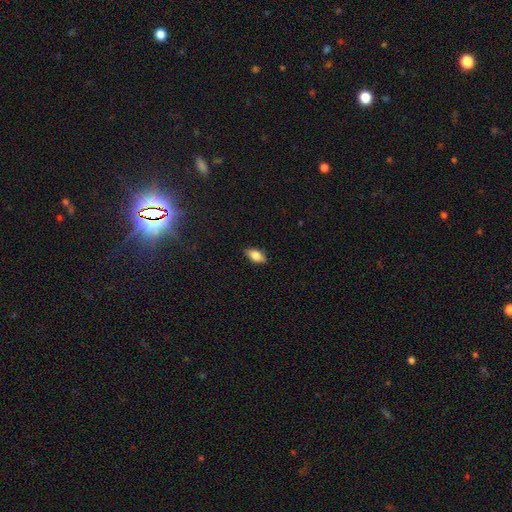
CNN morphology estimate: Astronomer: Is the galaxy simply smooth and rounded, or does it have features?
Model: smooth — 80%.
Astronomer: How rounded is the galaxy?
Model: in between — 89%.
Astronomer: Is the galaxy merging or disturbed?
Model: none — 87%.